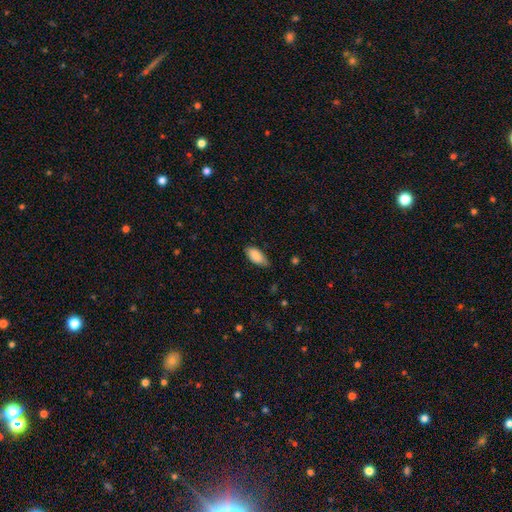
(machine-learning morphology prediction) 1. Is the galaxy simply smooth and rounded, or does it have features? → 88% smooth, 6% star or artifact, 6% featured or disk.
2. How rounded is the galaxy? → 91% in between, 6% cigar-shaped, 2% round.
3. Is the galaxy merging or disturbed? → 67% none, 27% minor disturbance, 4% major disturbance, 1% merger.